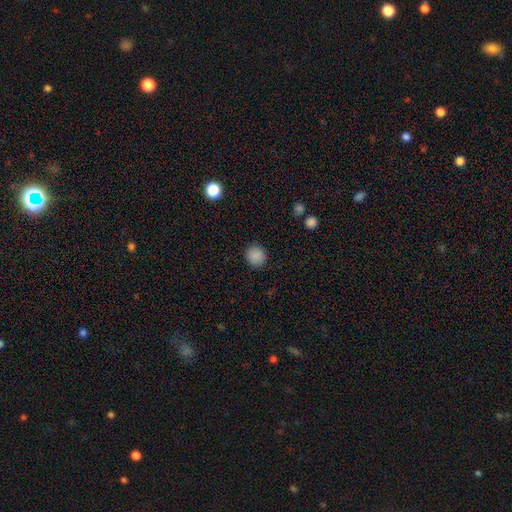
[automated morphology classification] A smooth galaxy with no disk features (88%) that is round (89%). Merging: none (90%).